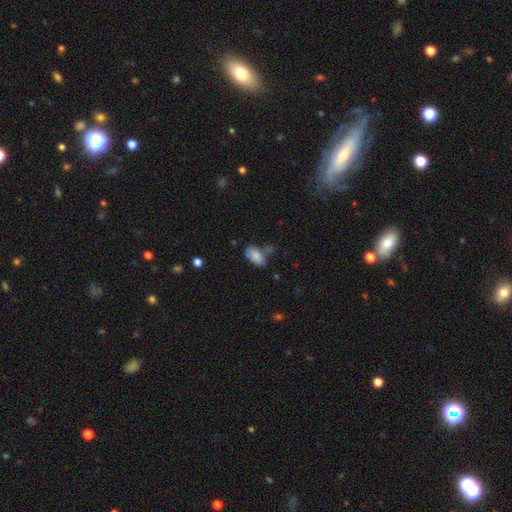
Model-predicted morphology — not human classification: A smooth galaxy with no disk features (83%) that is in between round and cigar-shaped (93%). Merging: none (52%).